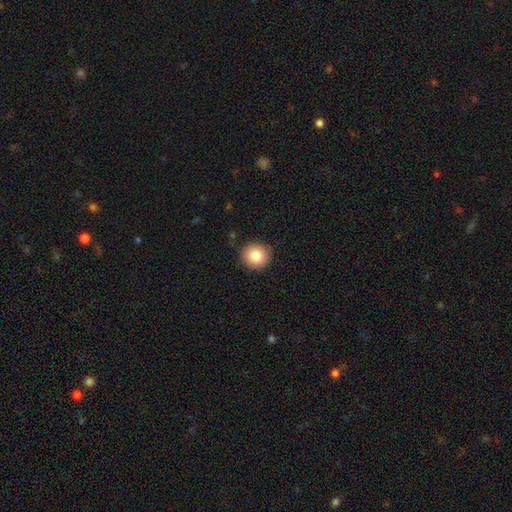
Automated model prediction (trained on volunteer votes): Smooth or featured? Predicted: smooth (p=0.84). How rounded? Predicted: round (p=0.91). Merging? Predicted: none (p=0.90).